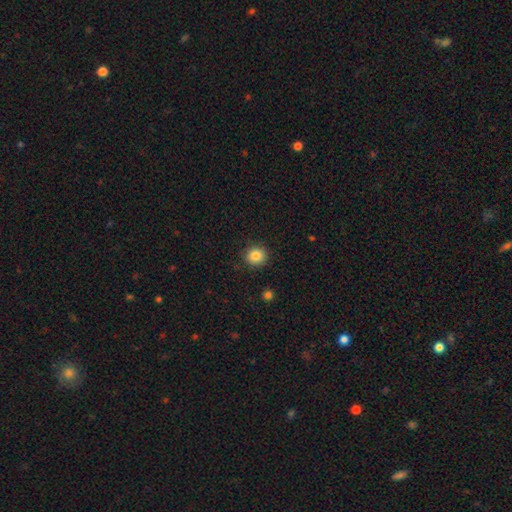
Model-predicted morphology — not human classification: smooth-or-featured: smooth: 84% | star or artifact: 10% | featured or disk: 6%
  how-rounded: round: 90% | in between: 9% | cigar-shaped: 1%
  merging: none: 91% | minor disturbance: 6% | major disturbance: 2% | merger: 1%